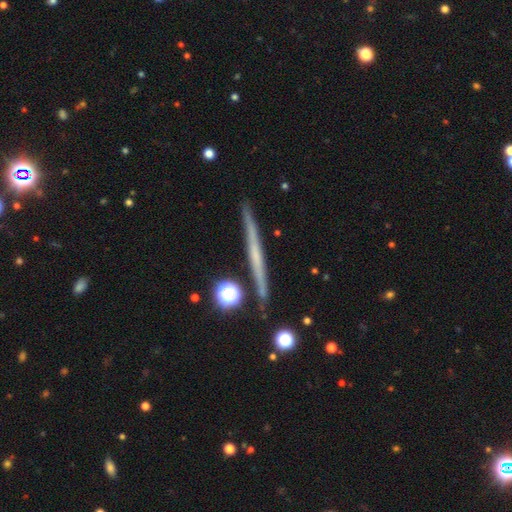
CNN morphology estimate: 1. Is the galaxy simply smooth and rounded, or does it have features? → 60% featured or disk, 32% smooth, 8% star or artifact.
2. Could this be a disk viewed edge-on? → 97% yes, 3% no.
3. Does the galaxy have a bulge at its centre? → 83% none, 12% rounded, 5% boxy.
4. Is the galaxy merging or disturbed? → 88% none, 8% minor disturbance, 2% merger, 2% major disturbance.